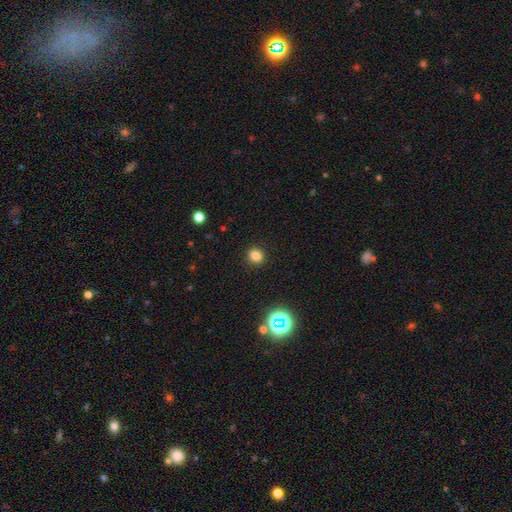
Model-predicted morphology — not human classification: Smooth or featured?
  - smooth: 81% *
  - star or artifact: 14%
  - featured or disk: 5%
How rounded?
  - round: 79% *
  - in between: 20%
  - cigar-shaped: 1%
Merging?
  - none: 91% *
  - minor disturbance: 6%
  - major disturbance: 2%
  - merger: 1%